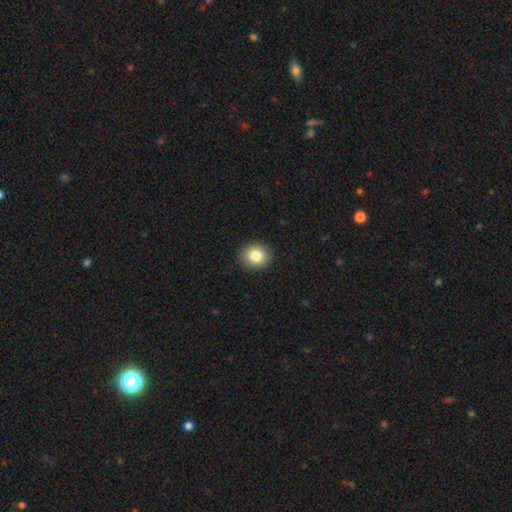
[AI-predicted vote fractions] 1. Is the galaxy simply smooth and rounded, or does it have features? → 84% smooth, 9% star or artifact, 7% featured or disk.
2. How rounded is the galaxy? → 72% round, 27% in between, 1% cigar-shaped.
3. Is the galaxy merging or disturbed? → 91% none, 6% minor disturbance, 2% major disturbance, 1% merger.